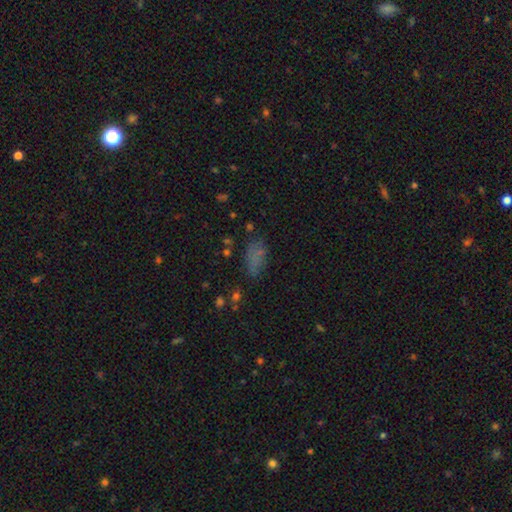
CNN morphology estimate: This appears to be a smooth galaxy with no disk features (57%) that is in between round and cigar-shaped (80%). Merging: none (64%).